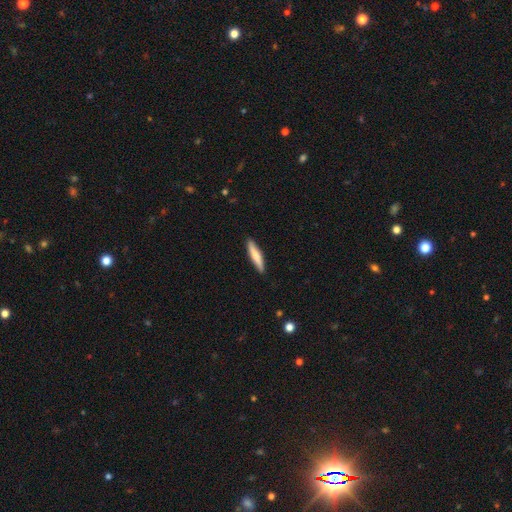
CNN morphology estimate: Smooth or featured? Predicted: smooth (p=0.70). How rounded? Predicted: cigar-shaped (p=0.88). Merging? Predicted: none (p=0.90).